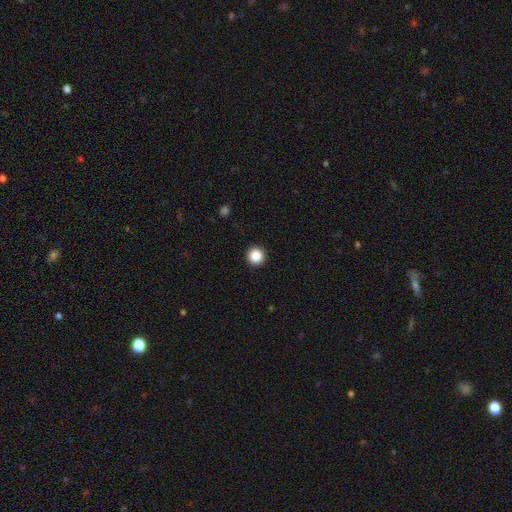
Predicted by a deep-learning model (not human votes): smooth-or-featured: smooth: 87% | star or artifact: 10% | featured or disk: 3%
  how-rounded: round: 96% | in between: 3% | cigar-shaped: 1%
  merging: none: 93% | minor disturbance: 4% | major disturbance: 2% | merger: 1%